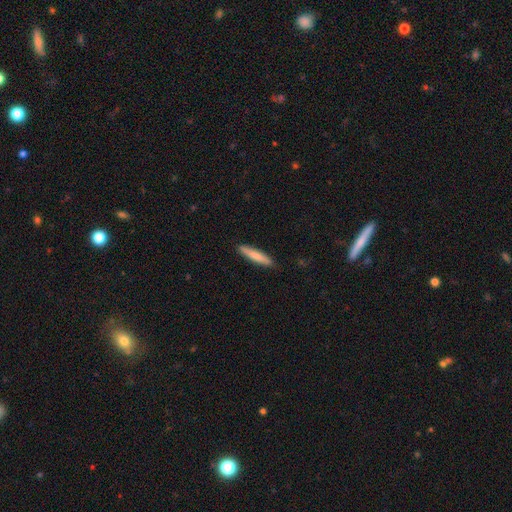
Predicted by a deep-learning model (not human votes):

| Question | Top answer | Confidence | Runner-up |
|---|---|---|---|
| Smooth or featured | smooth | 79% | featured or disk (16%) |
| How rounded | cigar-shaped | 90% | in between (8%) |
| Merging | none | 89% | minor disturbance (8%) |